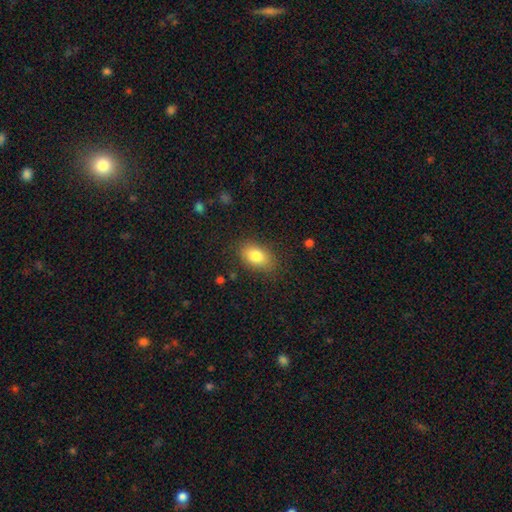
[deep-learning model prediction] The model was most divided on "merging": none: 83%, minor disturbance: 12%, major disturbance: 4%, merger: 1%. More confident: how rounded — in between (88%); smooth or featured — smooth (83%).